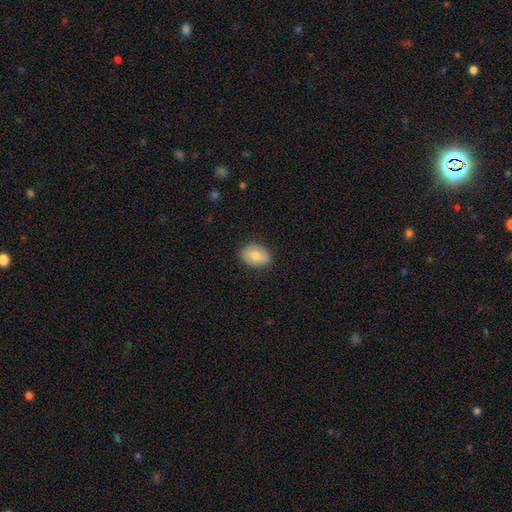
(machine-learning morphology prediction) Smooth or featured?
  - smooth: 80% *
  - featured or disk: 13%
  - star or artifact: 7%
How rounded?
  - in between: 72% *
  - round: 27%
  - cigar-shaped: 1%
Merging?
  - none: 86% *
  - minor disturbance: 11%
  - major disturbance: 2%
  - merger: 1%